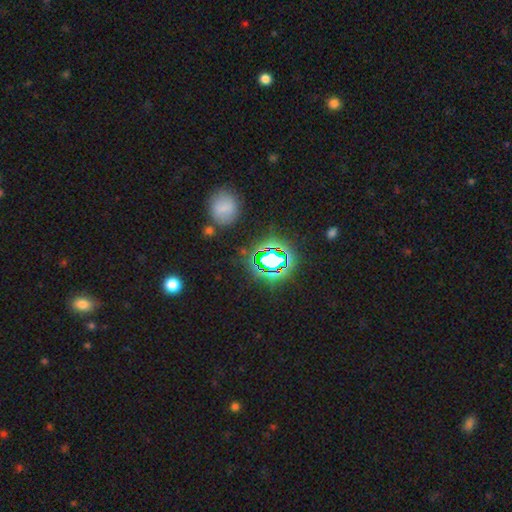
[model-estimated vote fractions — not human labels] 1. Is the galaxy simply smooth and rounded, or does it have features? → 76% star or artifact, 17% smooth, 7% featured or disk.